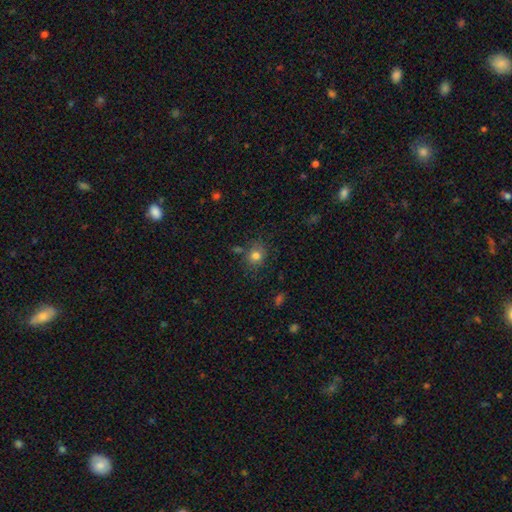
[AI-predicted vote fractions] Morphology: type=smooth (79%); roundness=round (71%); merging=none (74%).